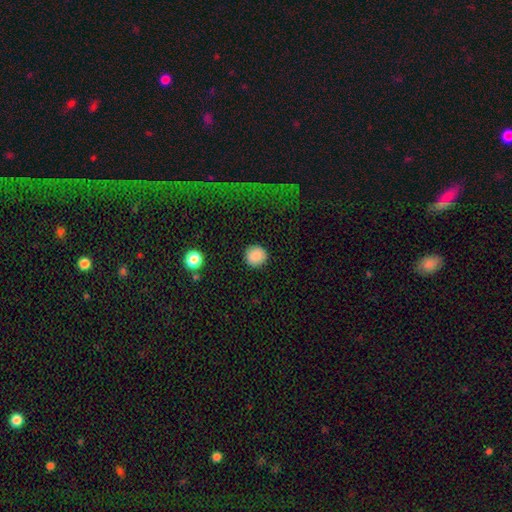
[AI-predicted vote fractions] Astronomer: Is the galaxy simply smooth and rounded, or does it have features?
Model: smooth — 88%.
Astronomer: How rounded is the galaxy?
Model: round — 93%.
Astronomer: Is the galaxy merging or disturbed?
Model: none — 91%.